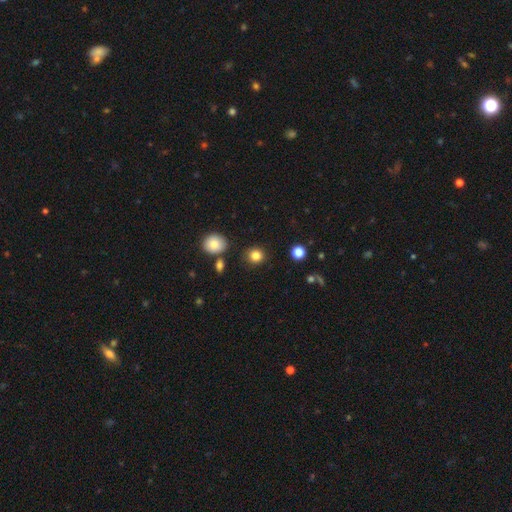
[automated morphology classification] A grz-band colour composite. It shows a smooth galaxy with no disk features (84%) that is round (87%). Merging: none (88%).